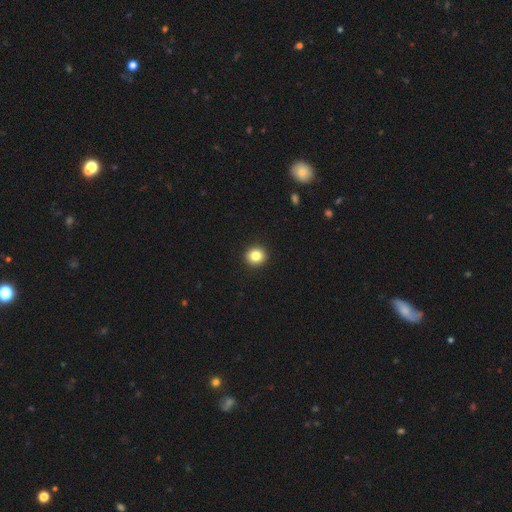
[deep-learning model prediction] A smooth galaxy with no disk features (84%) that is round (91%).

Vote fractions:
- Smooth or featured? smooth: 84% / star or artifact: 10% / featured or disk: 6%
- How rounded? round: 91% / in between: 8% / cigar-shaped: 1%
- Merging? none: 93% / minor disturbance: 4% / major disturbance: 1% / merger: 1%